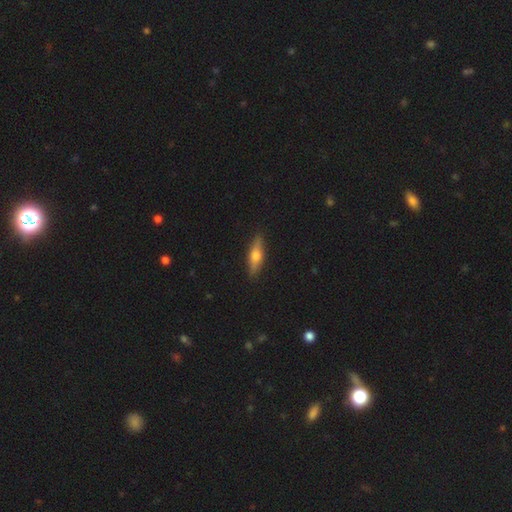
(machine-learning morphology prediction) A smooth galaxy with no disk features (49%). Merging: none (89%).